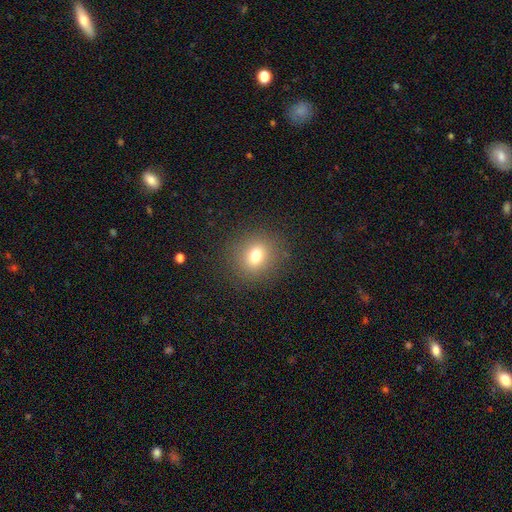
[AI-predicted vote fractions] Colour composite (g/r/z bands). It shows a smooth galaxy with no disk features (75%) that is round (76%). Merging: none (88%).